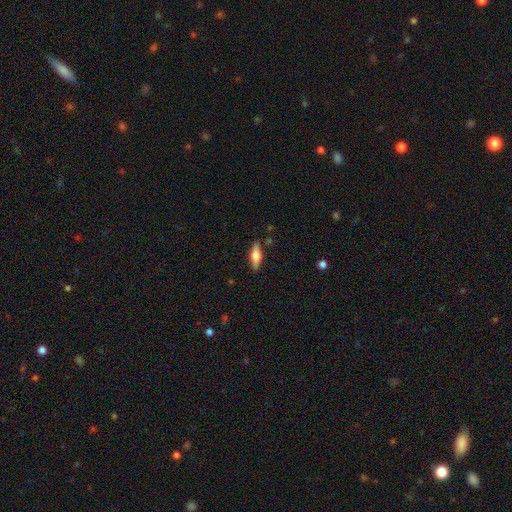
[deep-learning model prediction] Overall: smooth (54%; featured or disk 39%). How rounded: in between (57%; cigar-shaped 40%). Merging: none (85%).